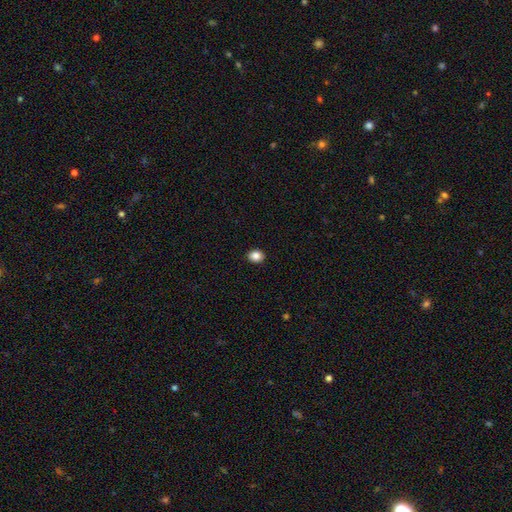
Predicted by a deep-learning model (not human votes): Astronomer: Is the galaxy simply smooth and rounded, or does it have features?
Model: smooth — 87%.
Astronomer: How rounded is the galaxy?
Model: round — 56% (runner-up: in between, 43%).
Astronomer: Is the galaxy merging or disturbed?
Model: none — 91%.